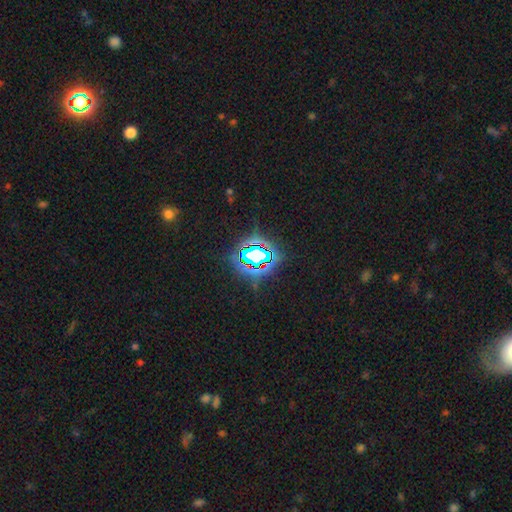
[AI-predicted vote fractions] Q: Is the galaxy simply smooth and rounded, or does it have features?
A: star or artifact — 72%.